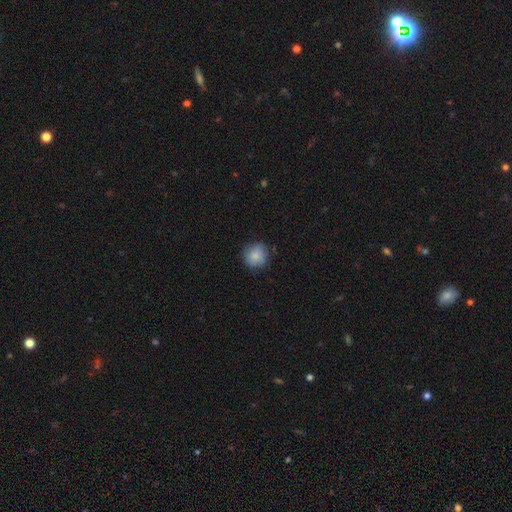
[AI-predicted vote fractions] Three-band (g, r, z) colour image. It shows a smooth galaxy with no disk features (82%) that is round (91%). Merging: none (82%).